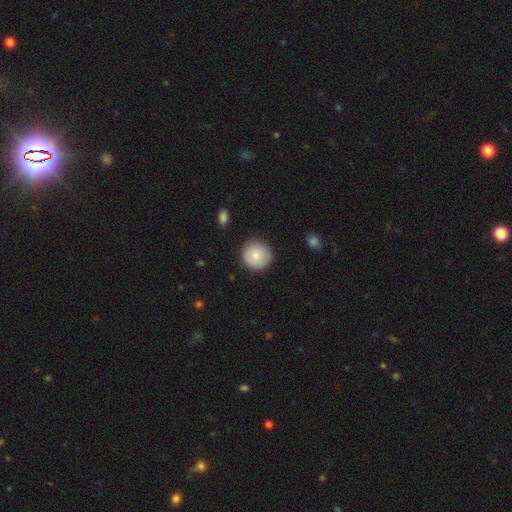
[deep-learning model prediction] Smooth or featured: smooth — 84% (featured or disk — 9%)
How rounded: round — 94% (in between — 5%)
Merging: none — 87% (minor disturbance — 9%)